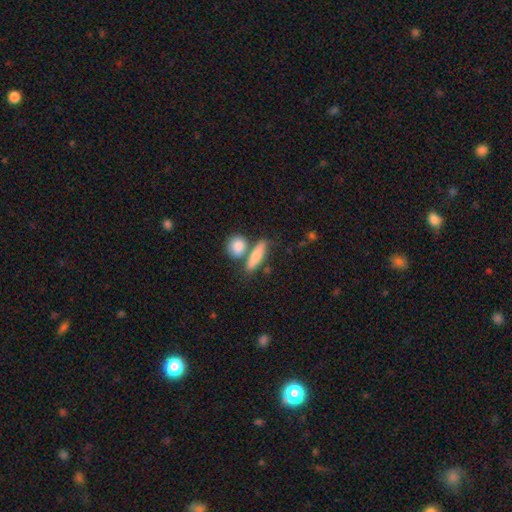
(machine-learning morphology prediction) Smooth or featured?
  - smooth: 73% *
  - featured or disk: 20%
  - star or artifact: 7%
How rounded?
  - cigar-shaped: 50% *
  - in between: 40%
  - round: 10%
Merging?
  - none: 59% *
  - merger: 24%
  - minor disturbance: 13%
  - major disturbance: 4%